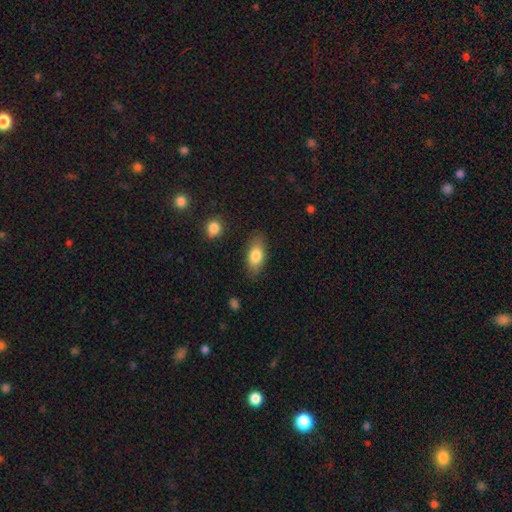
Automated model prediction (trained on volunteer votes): Morphology: type=smooth (80%); roundness=in between (87%); merging=none (83%).